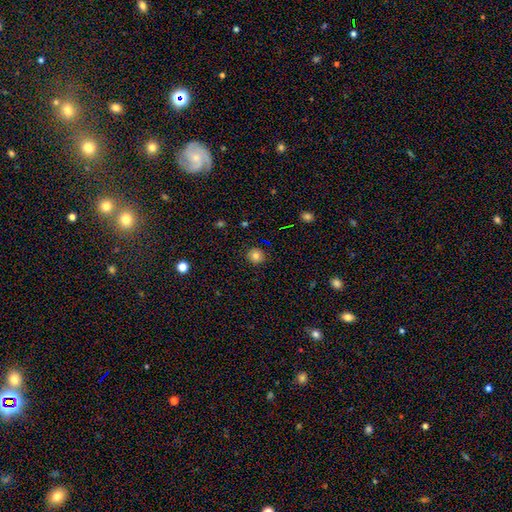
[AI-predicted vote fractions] smooth_or_featured: smooth (p=0.79) [alt: star or artifact p=0.13]
how_rounded: round (p=0.92) [alt: in between p=0.07]
merging: none (p=0.90) [alt: minor disturbance p=0.07]